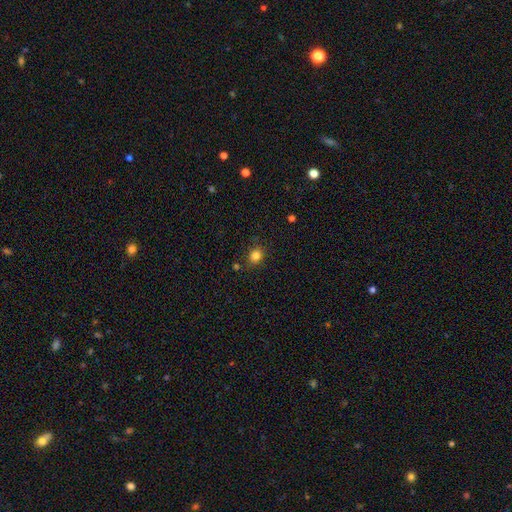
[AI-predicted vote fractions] Morphology: type=smooth (82%); roundness=round (70%); merging=none (81%).